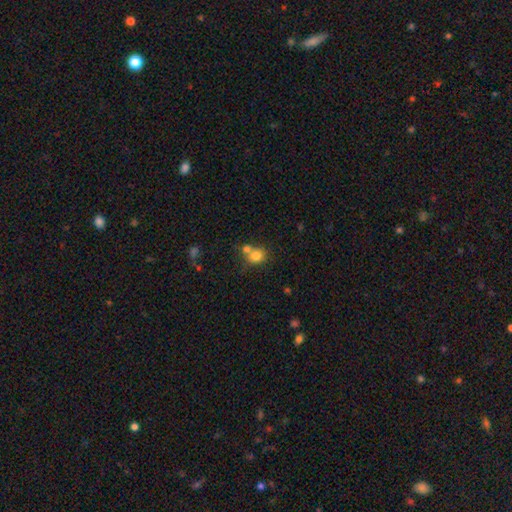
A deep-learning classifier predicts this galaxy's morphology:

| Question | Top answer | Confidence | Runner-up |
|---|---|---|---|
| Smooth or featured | smooth | 79% | star or artifact (11%) |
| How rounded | round | 76% | in between (23%) |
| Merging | none | 45% | merger (43%) |